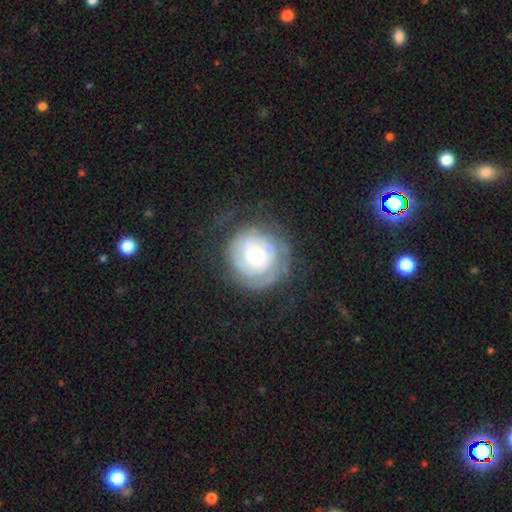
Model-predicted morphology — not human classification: Smooth or featured? Predicted: featured or disk (p=0.63). Edge-on disk? Predicted: no (p=0.97). Bar? Predicted: no (p=0.80). Spiral arms? Predicted: yes (p=0.74). Bulge size? Predicted: moderate (p=0.56). Merging? Predicted: none (p=0.63).